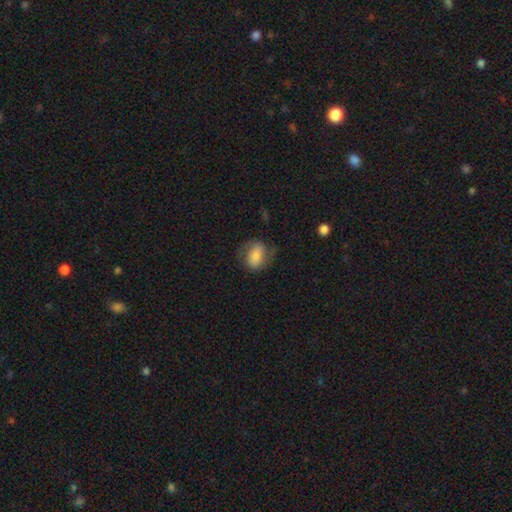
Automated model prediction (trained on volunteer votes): Smooth or featured?
  - smooth: 60% *
  - featured or disk: 32%
  - star or artifact: 8%
How rounded?
  - in between: 71% *
  - round: 27%
  - cigar-shaped: 2%
Merging?
  - none: 60% *
  - minor disturbance: 24%
  - major disturbance: 14%
  - merger: 2%